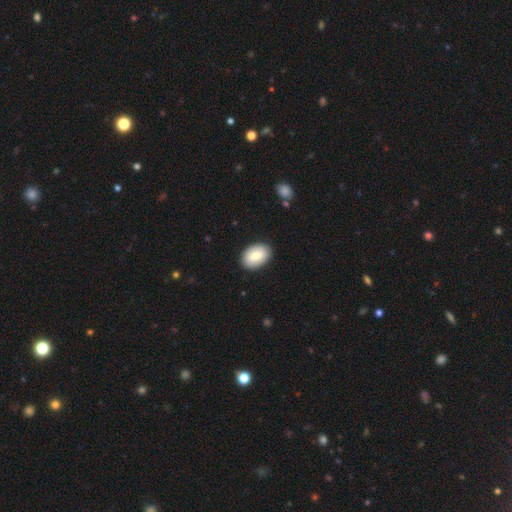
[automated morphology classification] Smooth or featured?
  - smooth: 79% *
  - featured or disk: 15%
  - star or artifact: 6%
How rounded?
  - in between: 88% *
  - round: 11%
  - cigar-shaped: 1%
Merging?
  - none: 88% *
  - minor disturbance: 9%
  - major disturbance: 2%
  - merger: 1%